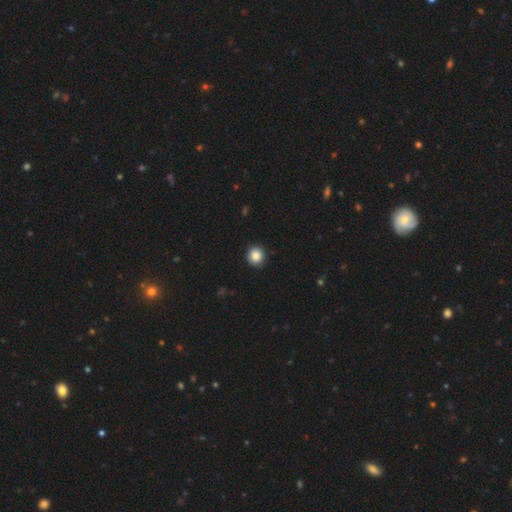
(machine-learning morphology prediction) Q: Smooth or featured?
A: smooth (86%); runner-up: star or artifact (10%)
Q: How rounded?
A: round (91%); runner-up: in between (8%)
Q: Merging?
A: none (91%); runner-up: minor disturbance (7%)